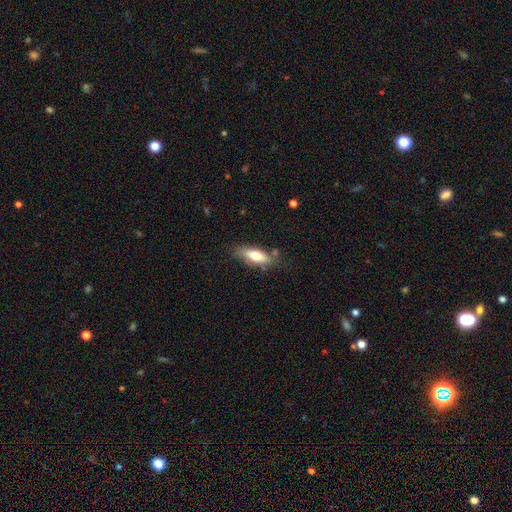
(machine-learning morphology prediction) type=smooth (64%); roundness=in between (58%); merging=none (75%).